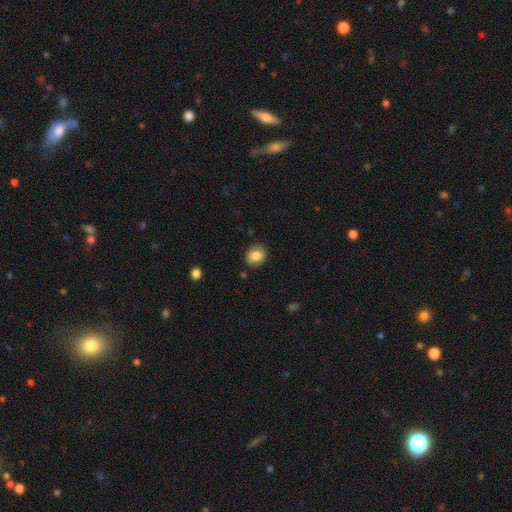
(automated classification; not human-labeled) smooth_or_featured: smooth (p=0.84) [alt: star or artifact p=0.08]
how_rounded: round (p=0.66) [alt: in between p=0.33]
merging: none (p=0.83) [alt: minor disturbance p=0.12]